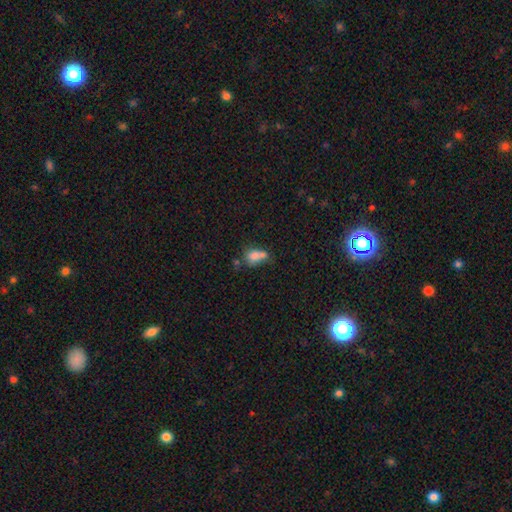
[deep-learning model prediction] smooth 74%, featured or disk 15%, star or artifact 12%. Down the decision tree: how rounded — in between (71%); merging — merger (46%).